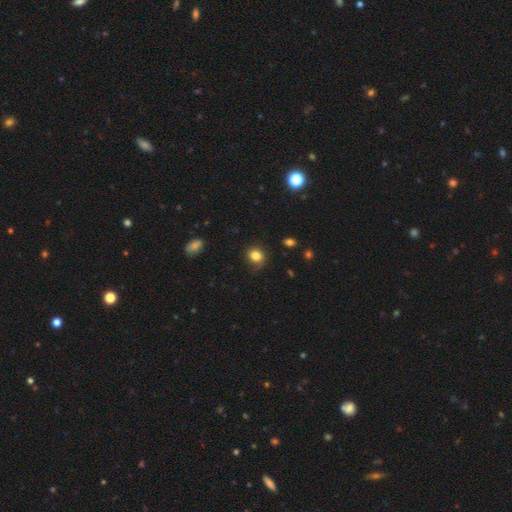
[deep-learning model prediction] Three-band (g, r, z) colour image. It shows a smooth galaxy with no disk features (82%) that is round (74%). Merging: none (75%).